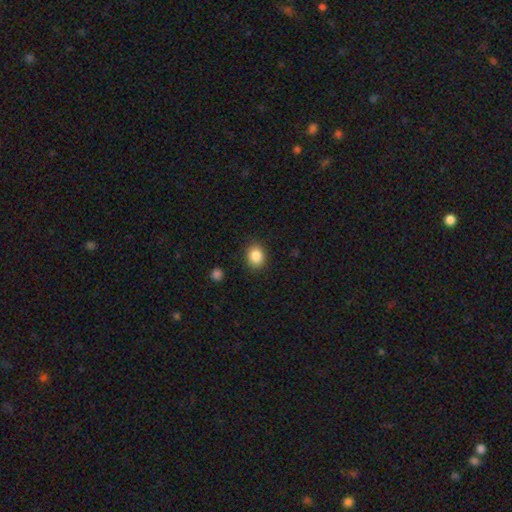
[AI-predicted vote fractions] Smooth or featured? Predicted: smooth (p=0.86). How rounded? Predicted: round (p=0.55). Merging? Predicted: none (p=0.88).